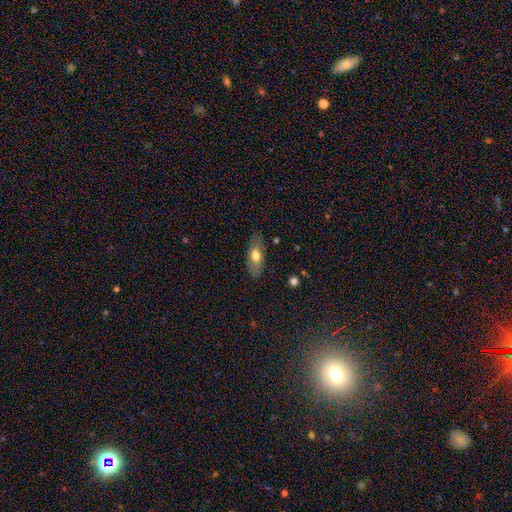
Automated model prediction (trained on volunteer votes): This appears to be a smooth galaxy with no disk features (64%) that is in between round and cigar-shaped (85%). Merging: none (80%).